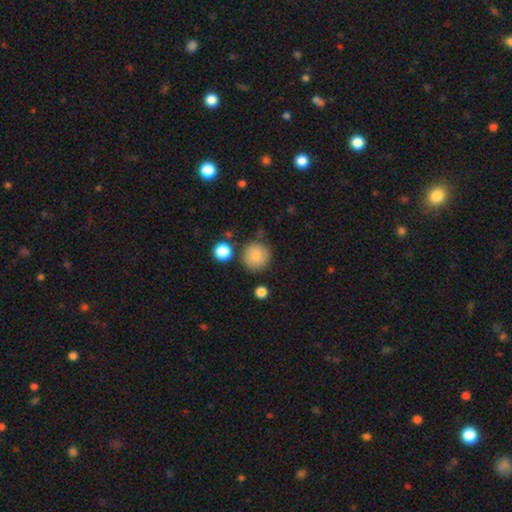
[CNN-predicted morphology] Smooth or featured? Predicted: smooth (p=0.83). How rounded? Predicted: round (p=0.95). Merging? Predicted: none (p=0.81).